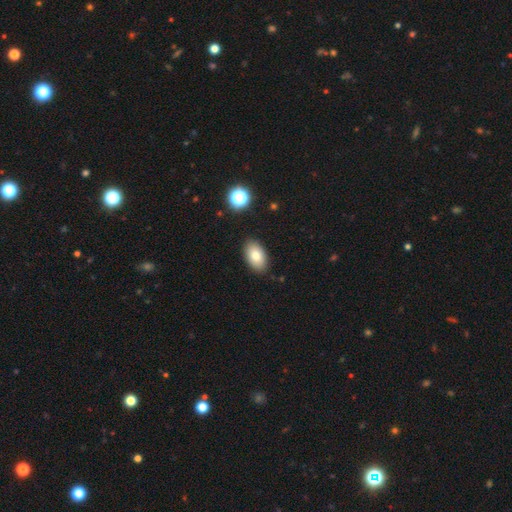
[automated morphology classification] type=smooth (81%); roundness=in between (92%); merging=none (87%).